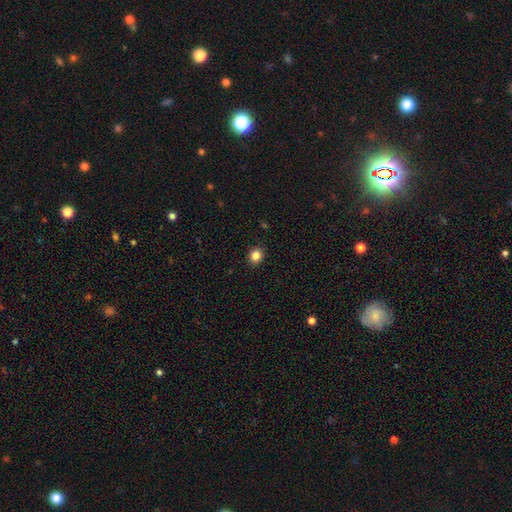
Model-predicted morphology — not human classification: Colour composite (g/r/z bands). It shows a smooth galaxy with no disk features (84%) that is round (77%). Merging: none (91%).